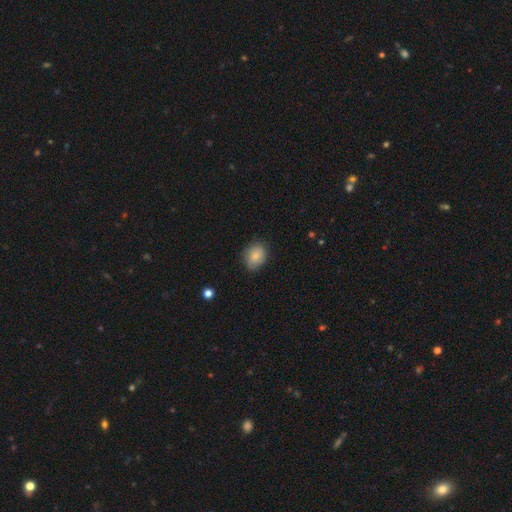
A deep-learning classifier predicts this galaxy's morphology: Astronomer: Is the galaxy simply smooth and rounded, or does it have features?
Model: smooth — 79%.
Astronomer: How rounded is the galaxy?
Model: in between — 53% (runner-up: round, 47%).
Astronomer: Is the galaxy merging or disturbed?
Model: none — 76%.